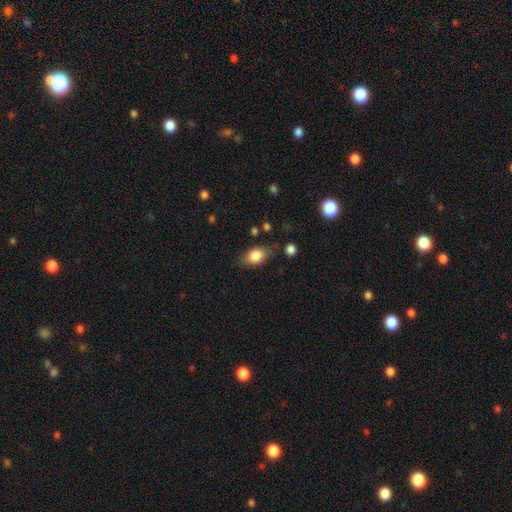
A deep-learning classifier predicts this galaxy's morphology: smooth_or_featured: smooth (p=0.78) [alt: featured or disk p=0.14]
how_rounded: in between (p=0.82) [alt: round p=0.15]
merging: none (p=0.71) [alt: minor disturbance p=0.20]